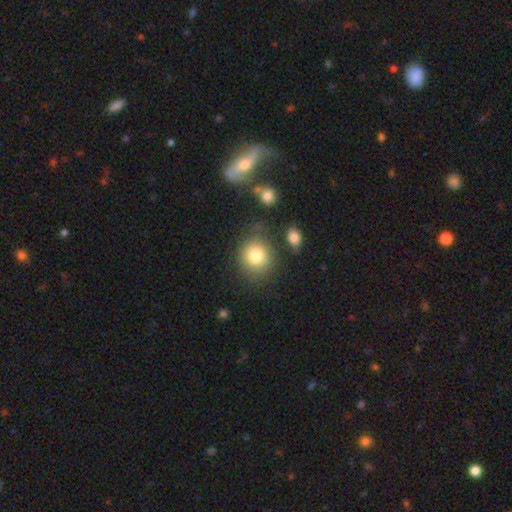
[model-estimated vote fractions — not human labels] smooth_or_featured: smooth (p=0.80) [alt: star or artifact p=0.10]
how_rounded: round (p=0.80) [alt: in between p=0.19]
merging: none (p=0.73) [alt: minor disturbance p=0.14]